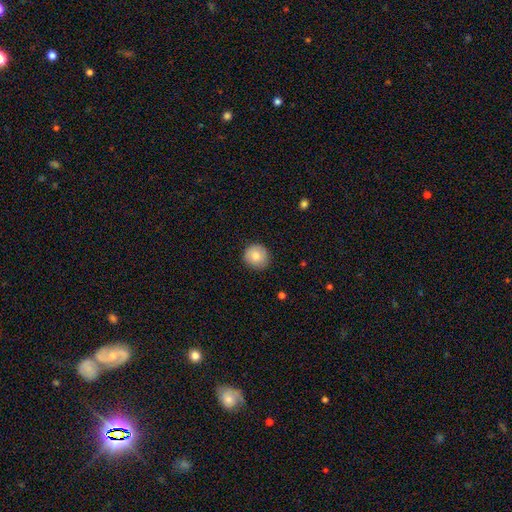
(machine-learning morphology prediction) This appears to be a smooth galaxy with no disk features (82%) that is round (93%). Merging: none (88%).